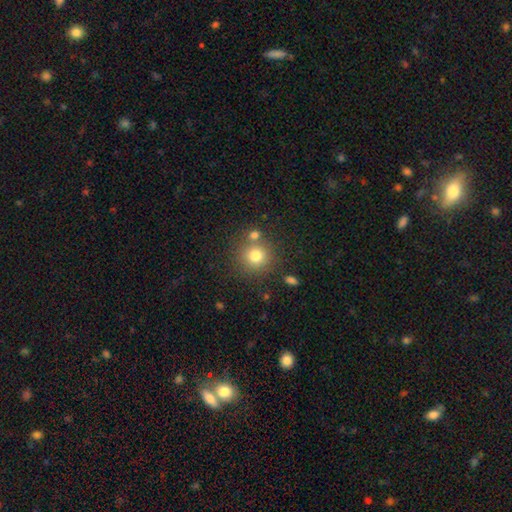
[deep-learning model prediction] Q: Smooth or featured?
A: smooth (77%); runner-up: star or artifact (13%)
Q: How rounded?
A: round (91%); runner-up: in between (8%)
Q: Merging?
A: none (72%); runner-up: merger (16%)